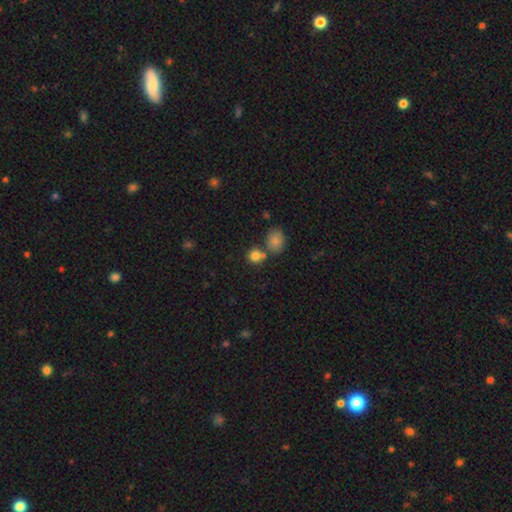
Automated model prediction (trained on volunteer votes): smooth-or-featured: smooth: 82% | star or artifact: 11% | featured or disk: 7%
  how-rounded: round: 84% | in between: 15% | cigar-shaped: 1%
  merging: none: 57% | merger: 31% | minor disturbance: 9% | major disturbance: 3%